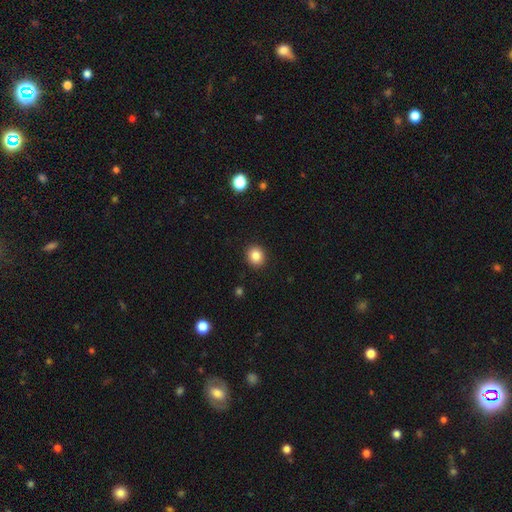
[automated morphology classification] Smooth or featured: smooth — 85% (star or artifact — 10%)
How rounded: round — 77% (in between — 22%)
Merging: none — 91% (minor disturbance — 6%)